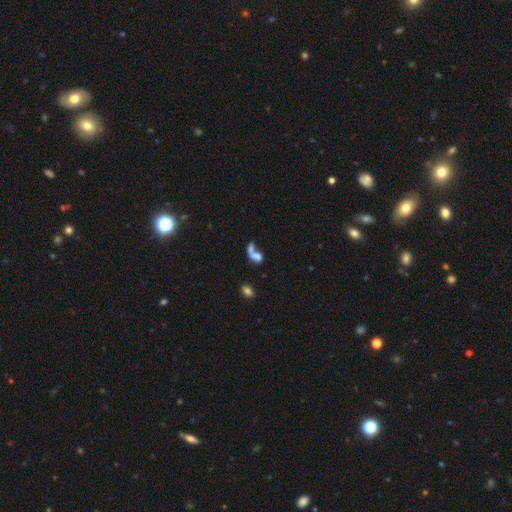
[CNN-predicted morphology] A smooth galaxy with no disk features (62%) that is in between round and cigar-shaped (73%).

Vote fractions:
- Smooth or featured? smooth: 62% / featured or disk: 24% / star or artifact: 14%
- How rounded? in between: 73% / round: 18% / cigar-shaped: 9%
- Merging? merger: 58% / none: 20% / major disturbance: 13% / minor disturbance: 8%